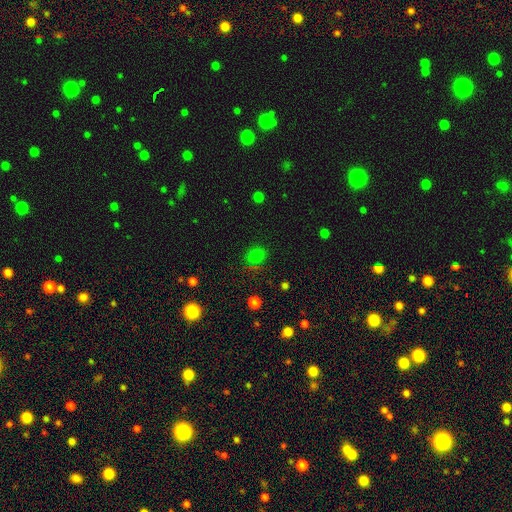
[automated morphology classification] This is likely a smooth galaxy (70%). How rounded: likely round (64%). Merging: likely none (80%).